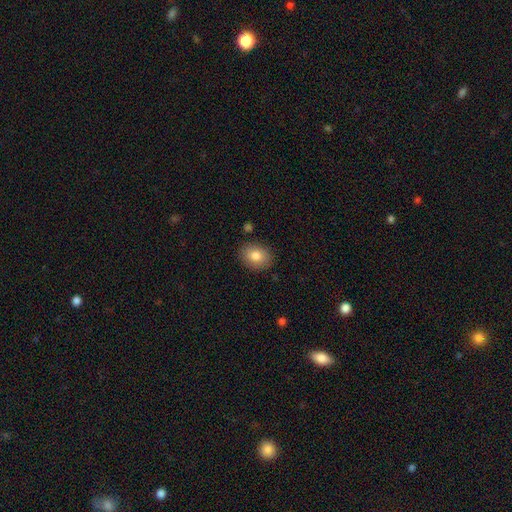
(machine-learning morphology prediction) Smooth or featured? Predicted: smooth (p=0.83). How rounded? Predicted: in between (p=0.63). Merging? Predicted: none (p=0.86).